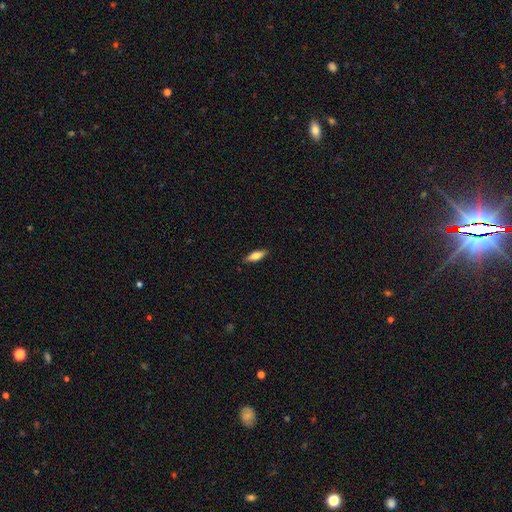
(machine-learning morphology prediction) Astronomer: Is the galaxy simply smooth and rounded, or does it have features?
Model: smooth — 65%.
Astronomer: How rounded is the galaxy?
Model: in between — 53% (runner-up: cigar-shaped, 44%).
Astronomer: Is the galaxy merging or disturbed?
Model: none — 87%.